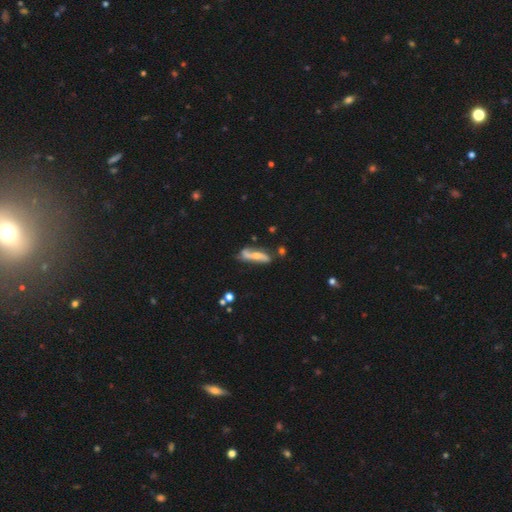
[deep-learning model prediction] Smooth or featured? Predicted: featured or disk (p=0.68). Edge-on disk? Predicted: no (p=0.72). Merging? Predicted: none (p=0.60).